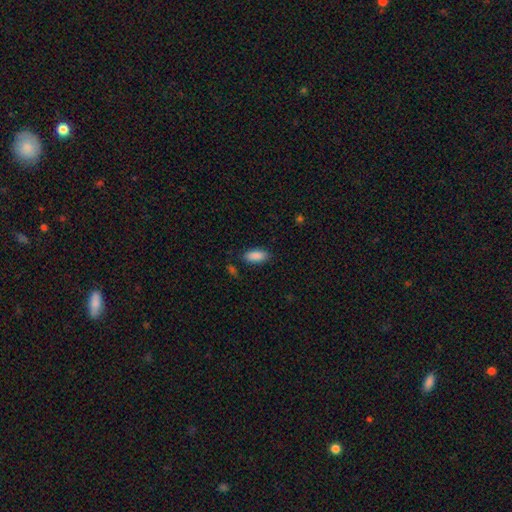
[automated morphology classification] Smooth or featured? smooth (89%)
How rounded? in between (87%)
Merging? none (83%)